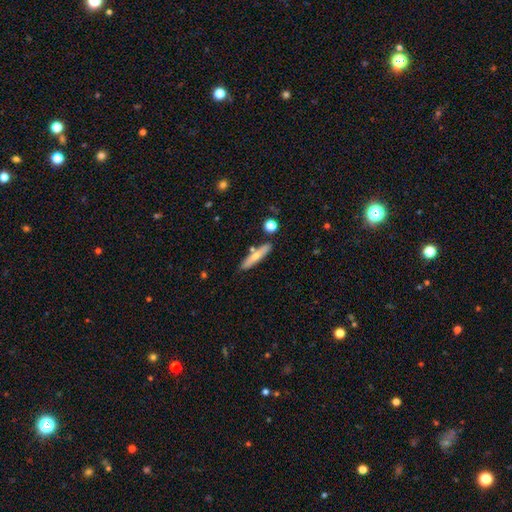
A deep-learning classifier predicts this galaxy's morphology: Q: Smooth or featured?
A: smooth (63%); runner-up: featured or disk (31%)
Q: How rounded?
A: cigar-shaped (86%); runner-up: in between (12%)
Q: Merging?
A: none (81%); runner-up: minor disturbance (10%)